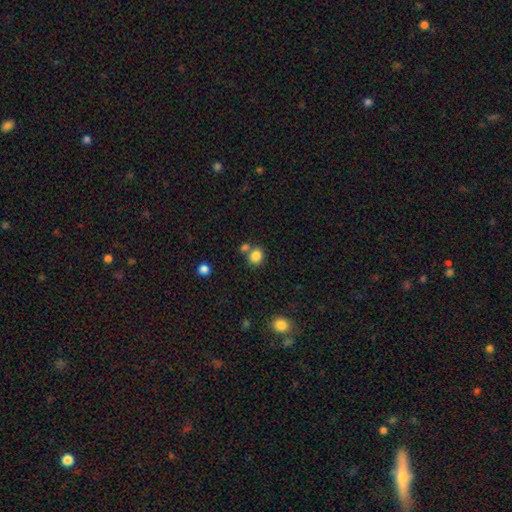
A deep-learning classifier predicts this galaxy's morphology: smooth 84%, star or artifact 11%, featured or disk 5%. Down the decision tree: how rounded — round (62%); merging — none (60%).